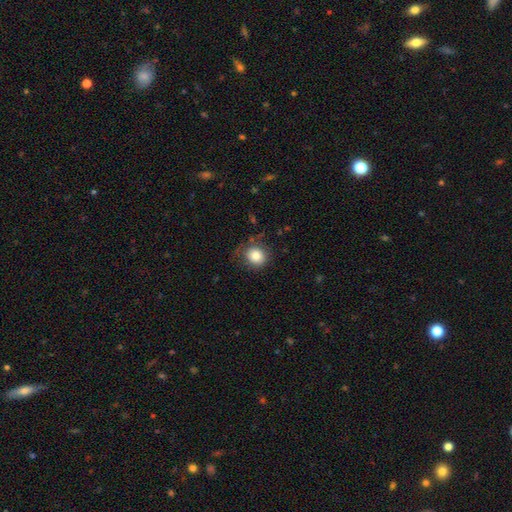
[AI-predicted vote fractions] Smooth or featured: smooth — 83% (star or artifact — 9%)
How rounded: round — 80% (in between — 19%)
Merging: none — 73% (minor disturbance — 18%)